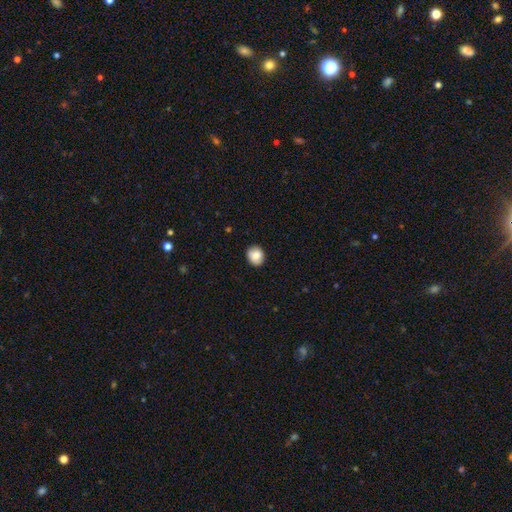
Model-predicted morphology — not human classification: Smooth or featured: smooth — 83% (featured or disk — 9%)
How rounded: round — 65% (in between — 34%)
Merging: none — 88% (minor disturbance — 9%)